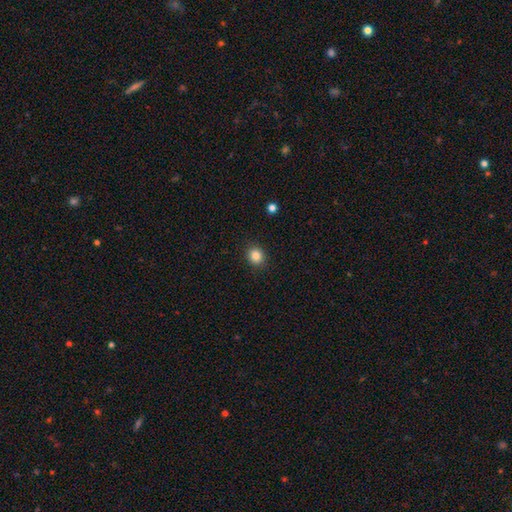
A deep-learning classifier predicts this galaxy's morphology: A smooth galaxy with no disk features (84%) that is round (76%).

Vote fractions:
- Smooth or featured? smooth: 84% / star or artifact: 11% / featured or disk: 5%
- How rounded? round: 76% / in between: 23% / cigar-shaped: 1%
- Merging? none: 90% / minor disturbance: 7% / major disturbance: 2% / merger: 1%